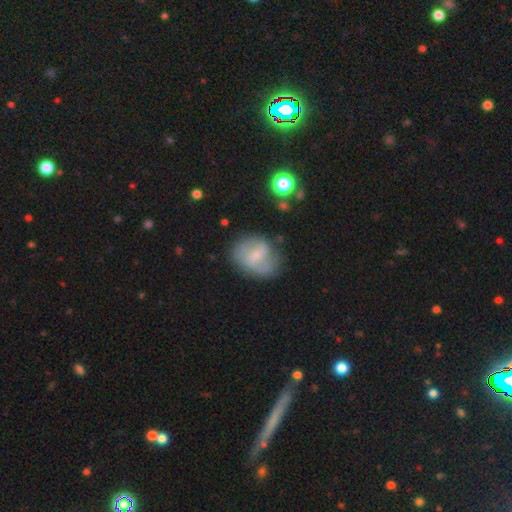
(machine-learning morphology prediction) type=featured or disk (51%); edge-on=no (96%); merging=none (59%).